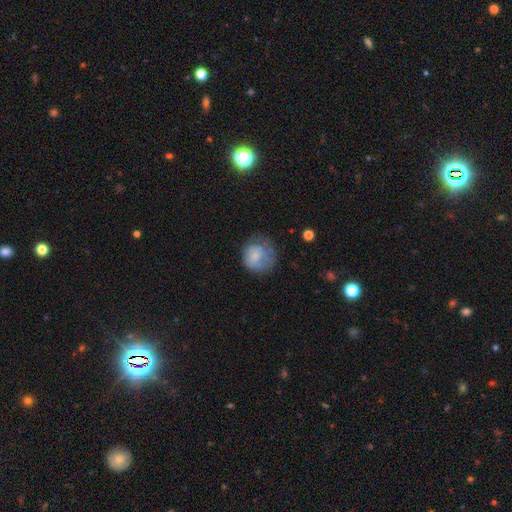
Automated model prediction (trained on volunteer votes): A smooth galaxy with no disk features (66%) that is round (83%). Merging: none (48%).